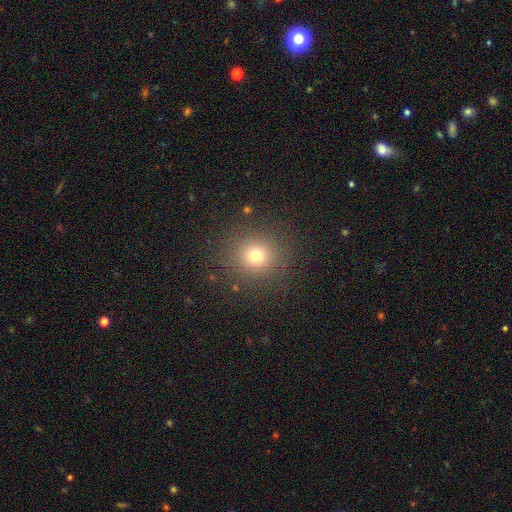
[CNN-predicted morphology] A smooth galaxy with no disk features (73%) that is round (90%).

Vote fractions:
- Smooth or featured? smooth: 73% / star or artifact: 18% / featured or disk: 9%
- How rounded? round: 90% / in between: 9% / cigar-shaped: 1%
- Merging? none: 87% / minor disturbance: 7% / major disturbance: 4% / merger: 1%